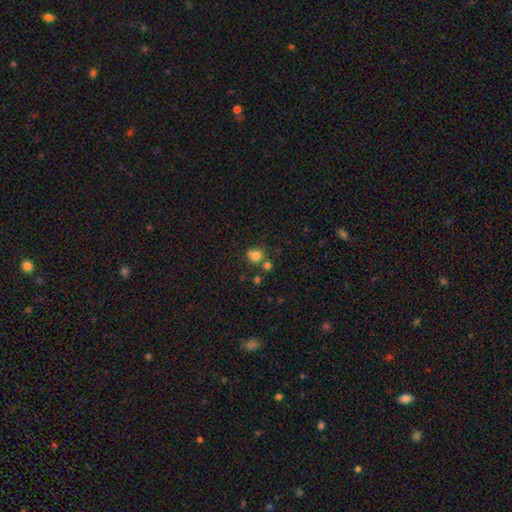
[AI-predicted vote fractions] Morphology: type=smooth (74%); roundness=round (78%); merging=none (50%).